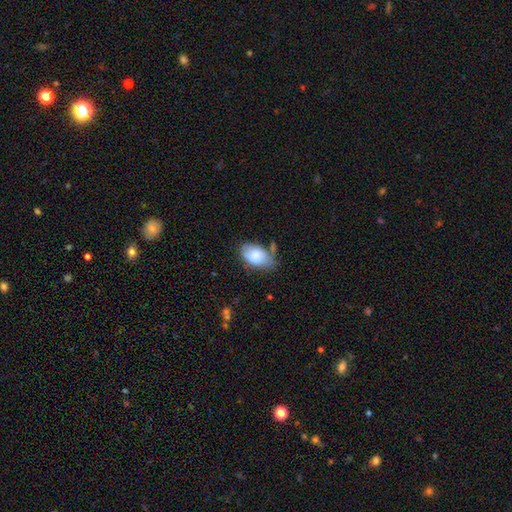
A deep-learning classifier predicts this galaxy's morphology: Smooth or featured: smooth — 71% (featured or disk — 23%)
How rounded: in between — 92% (round — 6%)
Merging: none — 53% (minor disturbance — 31%)